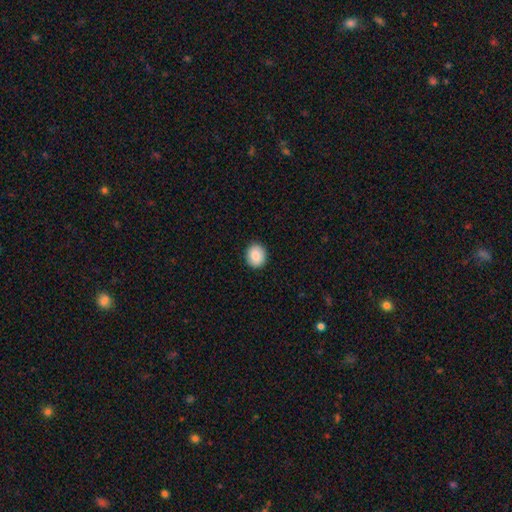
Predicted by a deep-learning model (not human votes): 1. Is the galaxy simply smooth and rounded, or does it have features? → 86% smooth, 8% star or artifact, 6% featured or disk.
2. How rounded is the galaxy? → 79% round, 20% in between, 1% cigar-shaped.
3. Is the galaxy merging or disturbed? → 92% none, 6% minor disturbance, 2% major disturbance, 1% merger.